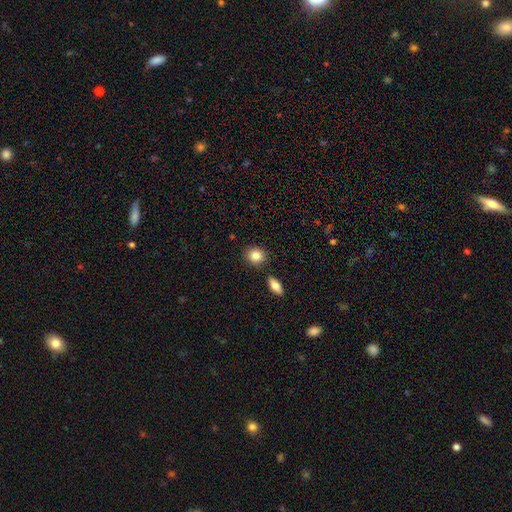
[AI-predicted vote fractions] Smooth or featured? smooth (86%)
How rounded? round (65%)
Merging? none (83%)